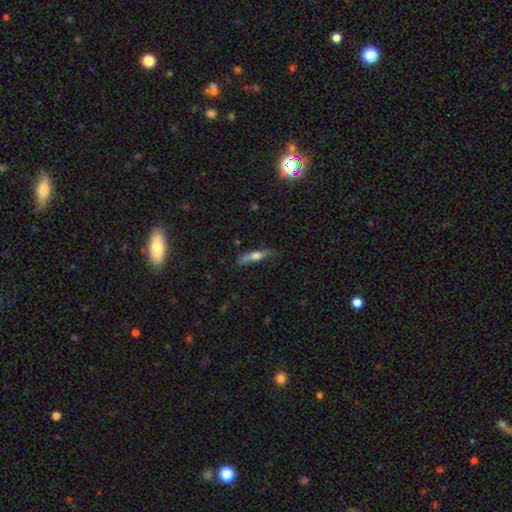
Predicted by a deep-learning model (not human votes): A smooth galaxy with no disk features (51%) that is cigar-shaped (77%). Merging: none (62%).